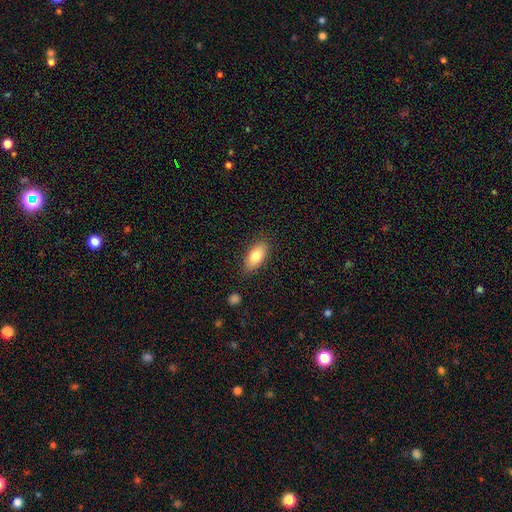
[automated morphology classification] Smooth or featured: smooth — 79% (featured or disk — 13%)
How rounded: in between — 89% (cigar-shaped — 7%)
Merging: none — 83% (minor disturbance — 13%)